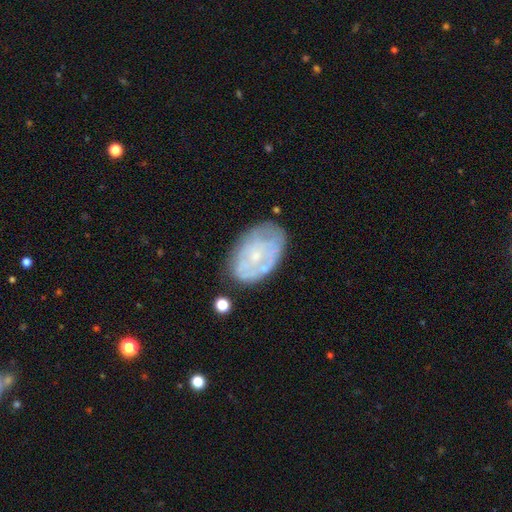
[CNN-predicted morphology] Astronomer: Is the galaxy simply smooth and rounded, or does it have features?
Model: featured or disk — 58% (runner-up: smooth, 34%).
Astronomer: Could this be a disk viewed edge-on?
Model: no — 95%.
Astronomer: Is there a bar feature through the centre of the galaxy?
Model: no — 81%.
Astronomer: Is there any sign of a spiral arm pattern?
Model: yes — 53% (runner-up: no, 47%).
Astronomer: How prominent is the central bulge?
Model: small — 69%.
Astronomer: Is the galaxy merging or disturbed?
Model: none — 69%.